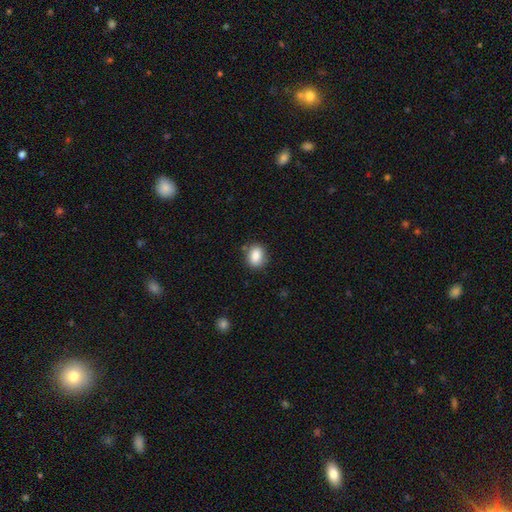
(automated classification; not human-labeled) Smooth or featured: smooth — 86% (star or artifact — 9%)
How rounded: in between — 59% (round — 40%)
Merging: none — 80% (minor disturbance — 14%)